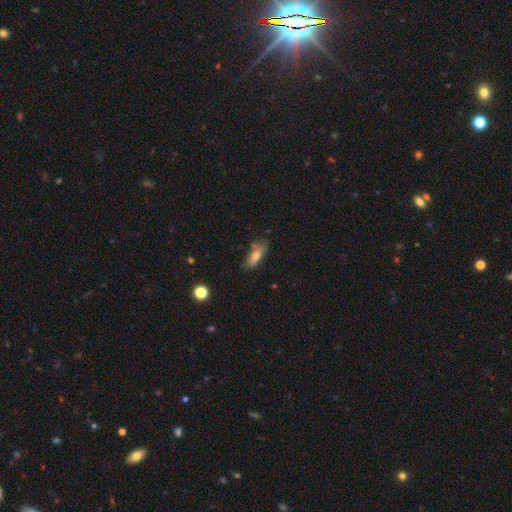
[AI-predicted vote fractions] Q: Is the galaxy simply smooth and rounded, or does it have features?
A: smooth — 66%.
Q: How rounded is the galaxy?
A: in between — 63%.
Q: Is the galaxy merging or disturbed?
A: none — 66%.